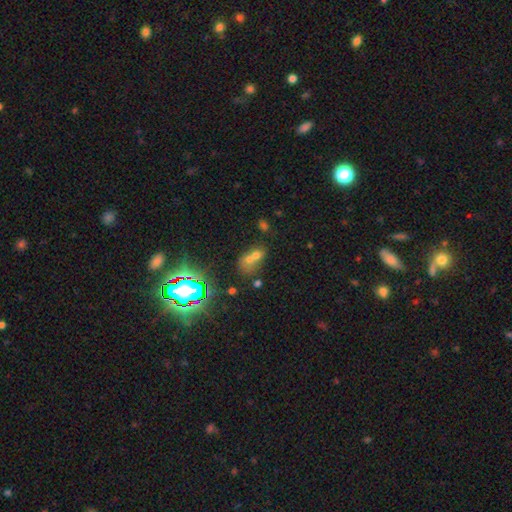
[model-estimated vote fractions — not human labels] smooth 54%, star or artifact 27%, featured or disk 19%. Down the decision tree: how rounded — in between (53%); merging — merger (65%).